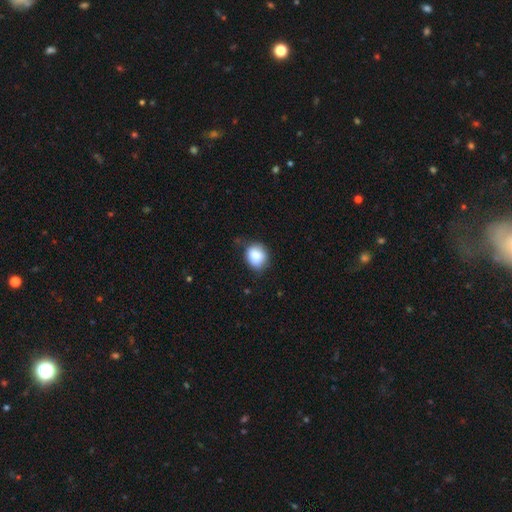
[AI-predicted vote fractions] The model was most divided on "how rounded": round: 67%, in between: 32%, cigar-shaped: 1%. More confident: smooth or featured — smooth (84%); merging — none (68%).